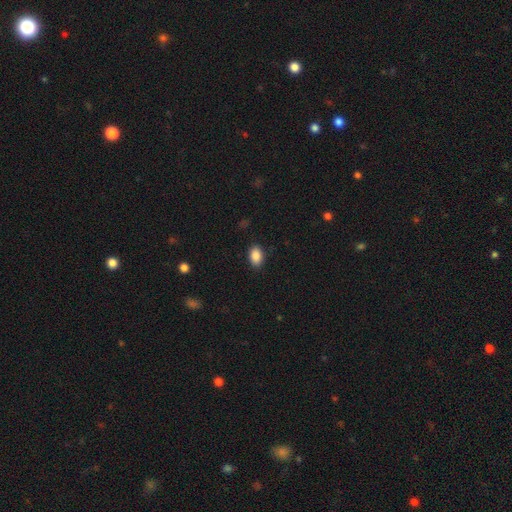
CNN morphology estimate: Smooth or featured?
  - smooth: 88% *
  - star or artifact: 8%
  - featured or disk: 4%
How rounded?
  - in between: 87% *
  - round: 11%
  - cigar-shaped: 1%
Merging?
  - none: 88% *
  - minor disturbance: 9%
  - major disturbance: 2%
  - merger: 1%